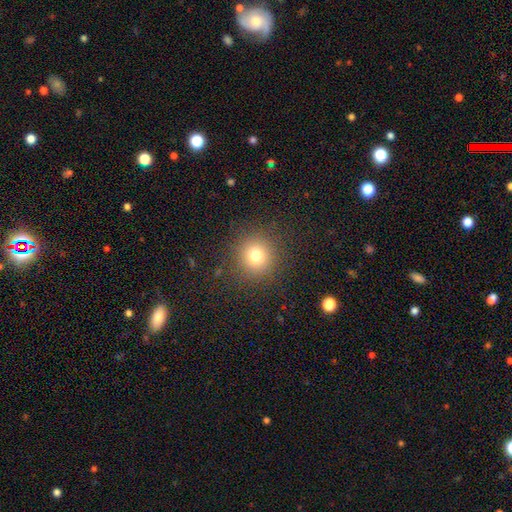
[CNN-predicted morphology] Q: Smooth or featured?
A: smooth (76%); runner-up: star or artifact (15%)
Q: How rounded?
A: round (92%); runner-up: in between (7%)
Q: Merging?
A: none (89%); runner-up: minor disturbance (7%)